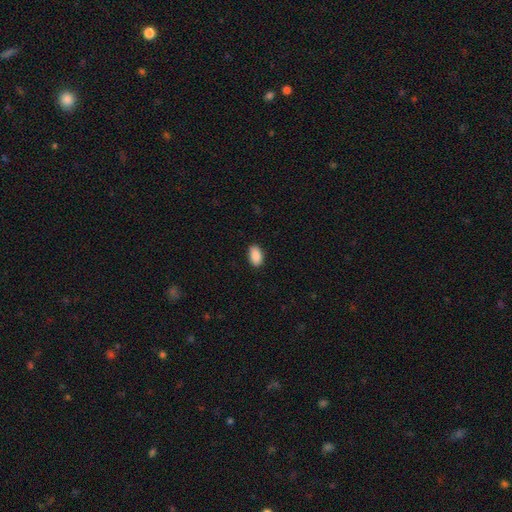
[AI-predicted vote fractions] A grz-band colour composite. It shows a smooth galaxy with no disk features (91%) that is in between round and cigar-shaped (94%). Merging: none (89%).